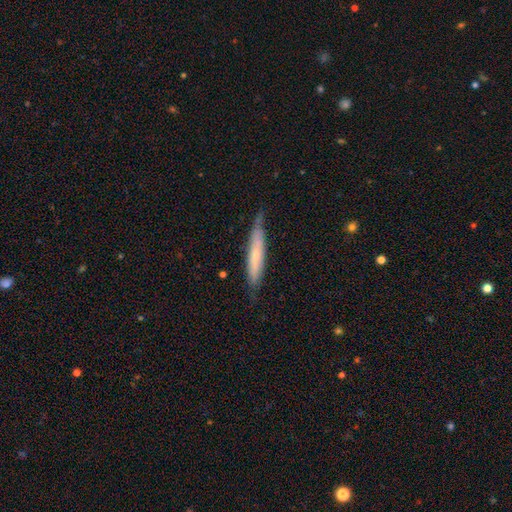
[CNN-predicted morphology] A smooth galaxy with no disk features (48%).

Vote fractions:
- Smooth or featured? smooth: 48% / featured or disk: 46% / star or artifact: 6%
- Merging? none: 70% / minor disturbance: 24% / major disturbance: 5% / merger: 2%